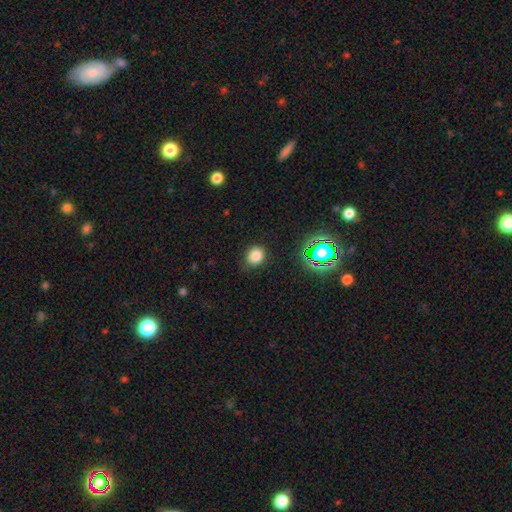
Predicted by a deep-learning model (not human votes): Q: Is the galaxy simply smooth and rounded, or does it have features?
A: smooth — 79%.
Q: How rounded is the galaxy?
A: round — 70%.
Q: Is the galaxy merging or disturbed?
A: none — 81%.